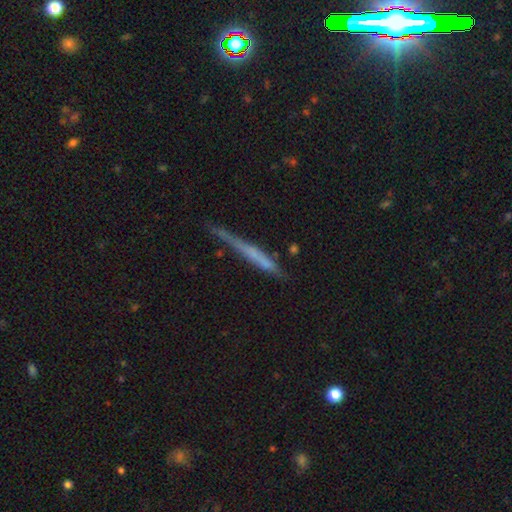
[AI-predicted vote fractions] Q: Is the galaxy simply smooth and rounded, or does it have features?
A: smooth — 47%.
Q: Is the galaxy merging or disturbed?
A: none — 67%.